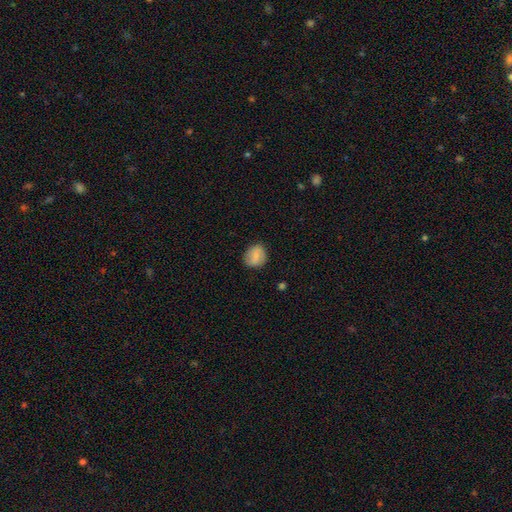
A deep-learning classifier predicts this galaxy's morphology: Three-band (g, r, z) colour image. It shows a smooth galaxy with no disk features (76%) that is round (68%). Merging: none (84%).